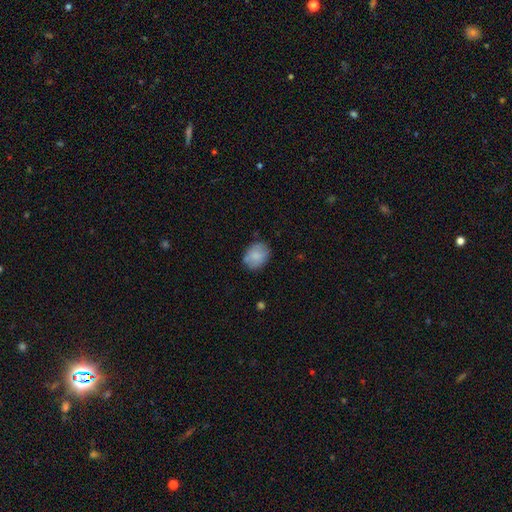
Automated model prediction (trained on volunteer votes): Smooth or featured?
  - smooth: 81% *
  - featured or disk: 12%
  - star or artifact: 7%
How rounded?
  - in between: 56% *
  - round: 43%
  - cigar-shaped: 1%
Merging?
  - none: 75% *
  - minor disturbance: 18%
  - major disturbance: 4%
  - merger: 2%